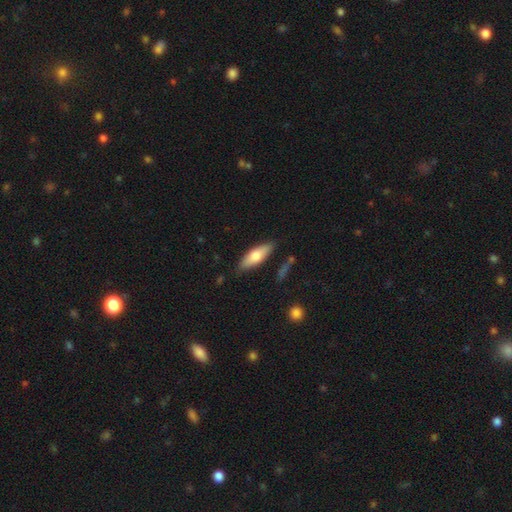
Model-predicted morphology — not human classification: Q: Smooth or featured?
A: smooth (66%); runner-up: featured or disk (28%)
Q: How rounded?
A: in between (58%); runner-up: cigar-shaped (40%)
Q: Merging?
A: none (83%); runner-up: minor disturbance (12%)